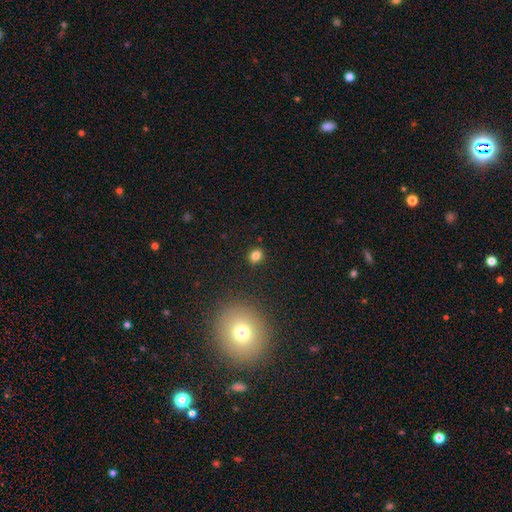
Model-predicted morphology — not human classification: This appears to be a smooth galaxy with no disk features (80%) that is round (71%). Merging: none (88%).